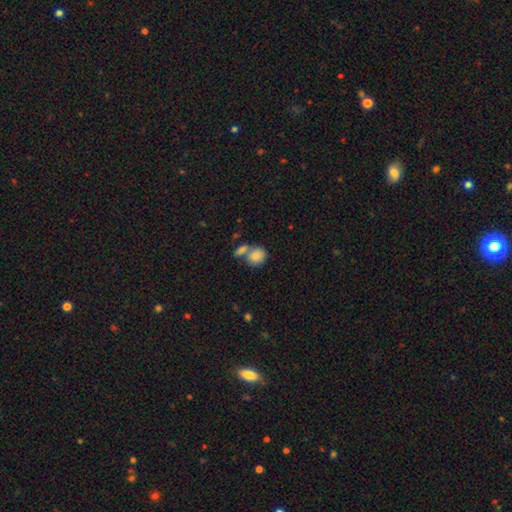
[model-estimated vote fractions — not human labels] Overall: smooth (83%). How rounded: round (64%; in between 34%). Merging: merger (47%; none 38%).